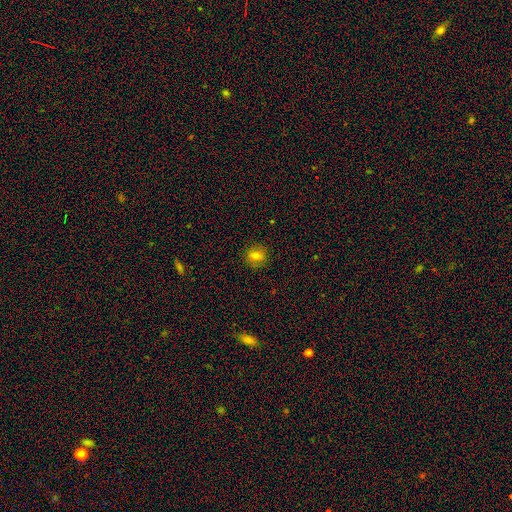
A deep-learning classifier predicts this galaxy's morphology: Smooth or featured? smooth (75%)
How rounded? round (78%)
Merging? none (87%)